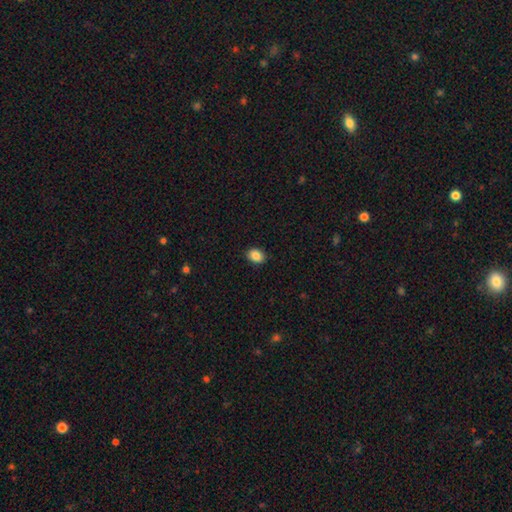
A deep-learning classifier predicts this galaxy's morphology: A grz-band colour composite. It shows a smooth galaxy with no disk features (87%) that is in between round and cigar-shaped (65%). Merging: none (90%).